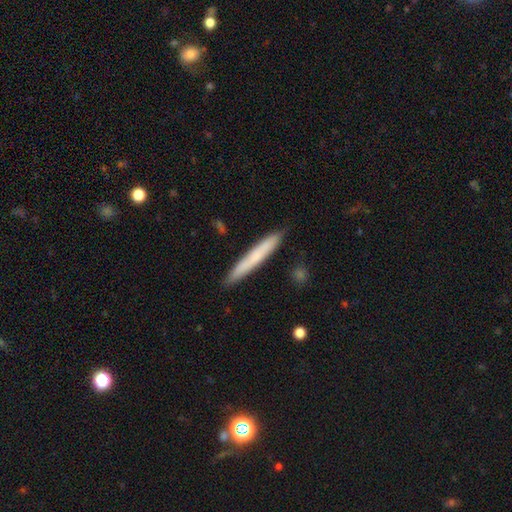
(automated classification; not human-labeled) Smooth or featured? smooth (65%)
How rounded? cigar-shaped (96%)
Merging? none (88%)